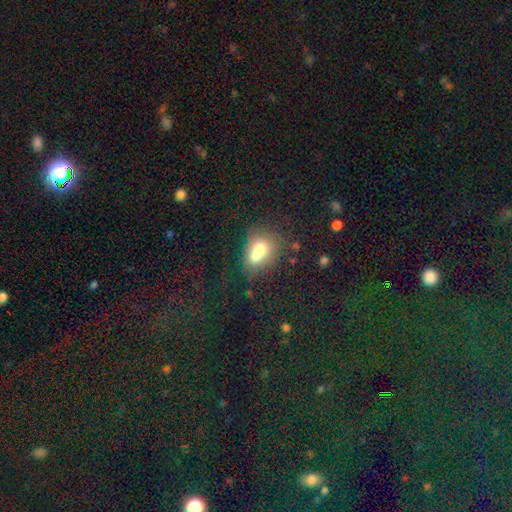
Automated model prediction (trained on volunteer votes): This appears to be a smooth galaxy with no disk features (65%) that is round (57%). Merging: merger (62%).